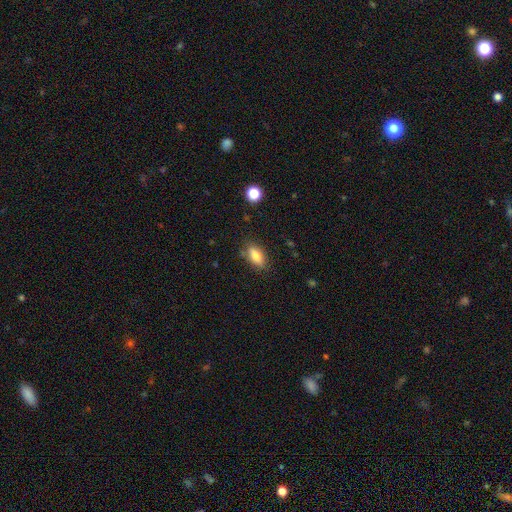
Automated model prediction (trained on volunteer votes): A smooth galaxy with no disk features (79%) that is in between round and cigar-shaped (82%).

Vote fractions:
- Smooth or featured? smooth: 79% / featured or disk: 12% / star or artifact: 8%
- How rounded? in between: 82% / cigar-shaped: 13% / round: 4%
- Merging? none: 79% / minor disturbance: 15% / major disturbance: 3% / merger: 3%